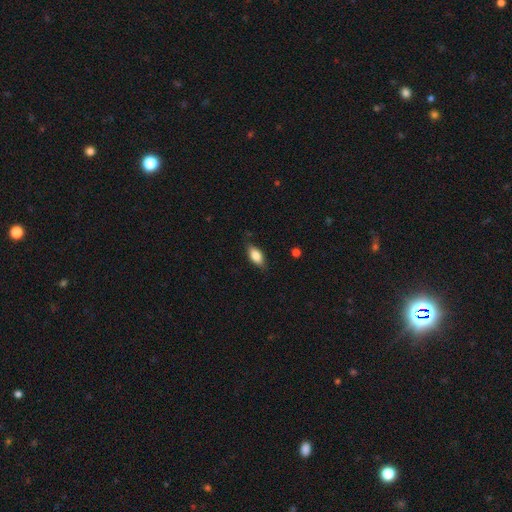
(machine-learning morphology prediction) smooth-or-featured: smooth: 82% | featured or disk: 11% | star or artifact: 7%
  how-rounded: in between: 87% | cigar-shaped: 9% | round: 4%
  merging: none: 78% | minor disturbance: 17% | major disturbance: 4% | merger: 1%